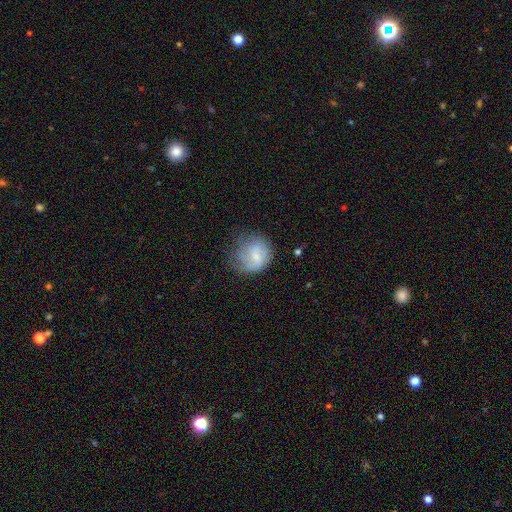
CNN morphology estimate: Smooth or featured? smooth (63%)
How rounded? round (78%)
Merging? none (51%)